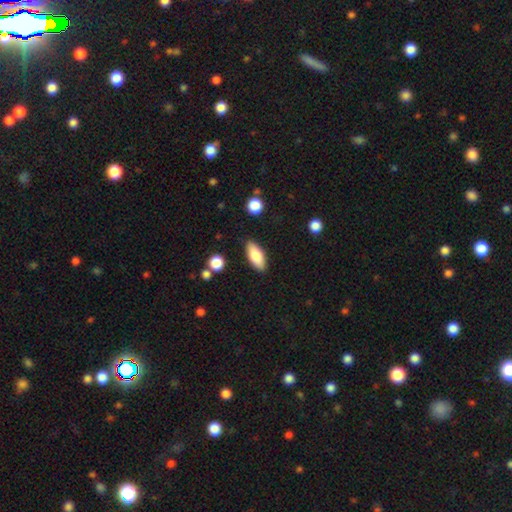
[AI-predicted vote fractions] smooth-or-featured: smooth: 79% | featured or disk: 14% | star or artifact: 6%
  how-rounded: in between: 80% | cigar-shaped: 18% | round: 2%
  merging: none: 86% | minor disturbance: 10% | major disturbance: 2% | merger: 2%